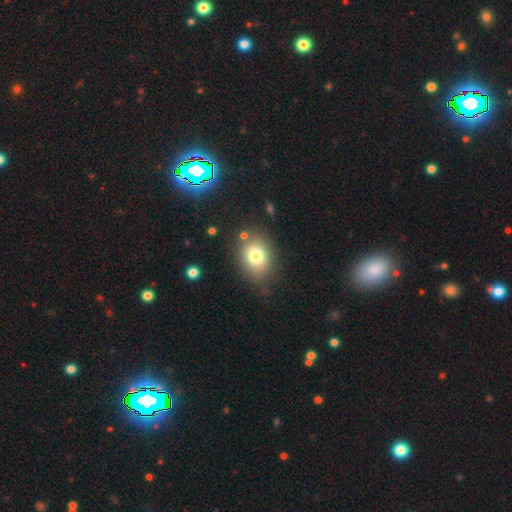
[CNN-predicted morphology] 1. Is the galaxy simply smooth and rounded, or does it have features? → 77% smooth, 12% featured or disk, 11% star or artifact.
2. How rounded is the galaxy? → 51% in between, 48% round, 1% cigar-shaped.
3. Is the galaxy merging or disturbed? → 78% none, 13% minor disturbance, 5% major disturbance, 4% merger.